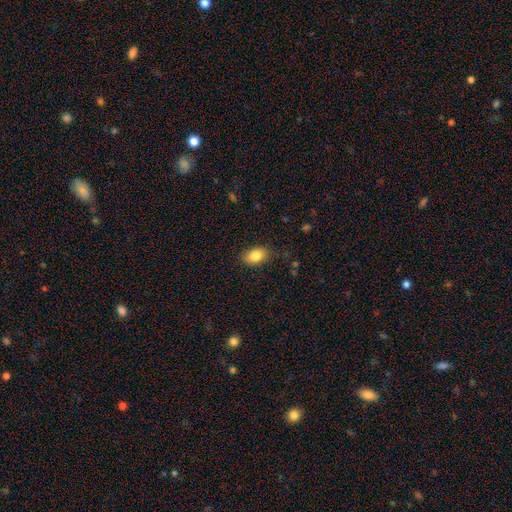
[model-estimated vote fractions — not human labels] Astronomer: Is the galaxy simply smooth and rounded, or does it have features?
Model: smooth — 84%.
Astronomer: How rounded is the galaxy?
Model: in between — 84%.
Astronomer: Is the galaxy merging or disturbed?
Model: none — 83%.